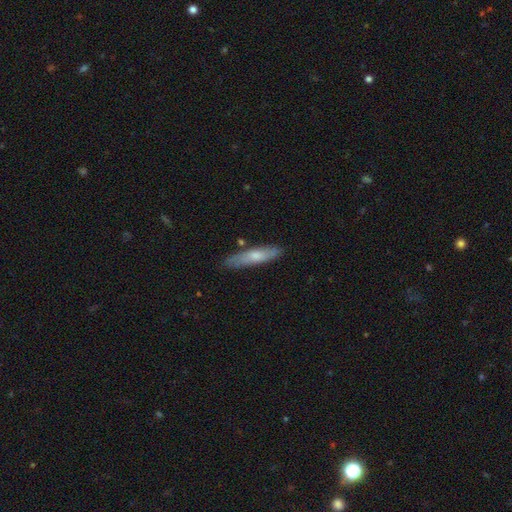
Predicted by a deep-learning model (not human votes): smooth 58%, featured or disk 36%, star or artifact 6%. Down the decision tree: how rounded — cigar-shaped (82%); merging — none (80%).